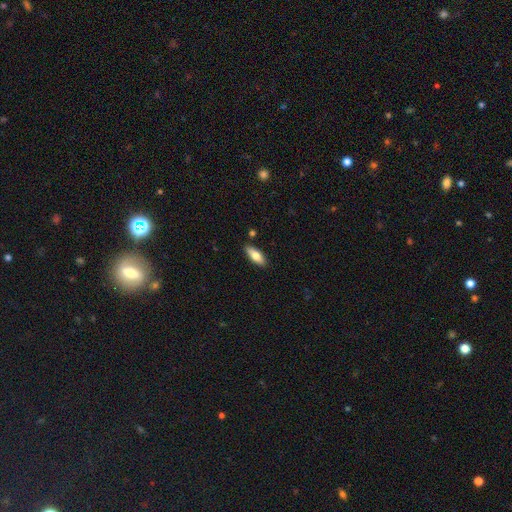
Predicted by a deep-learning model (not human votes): smooth 72%, featured or disk 22%, star or artifact 6%. Down the decision tree: how rounded — in between (69%); merging — none (86%).